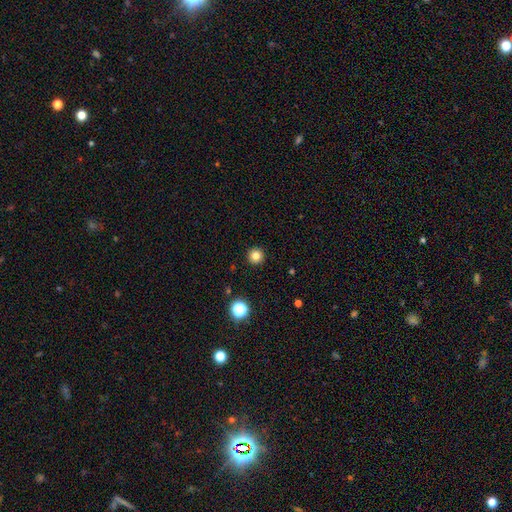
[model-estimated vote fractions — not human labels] A smooth galaxy with no disk features (81%) that is round (96%).

Vote fractions:
- Smooth or featured? smooth: 81% / star or artifact: 13% / featured or disk: 6%
- How rounded? round: 96% / in between: 3% / cigar-shaped: 1%
- Merging? none: 93% / minor disturbance: 4% / major disturbance: 1% / merger: 1%